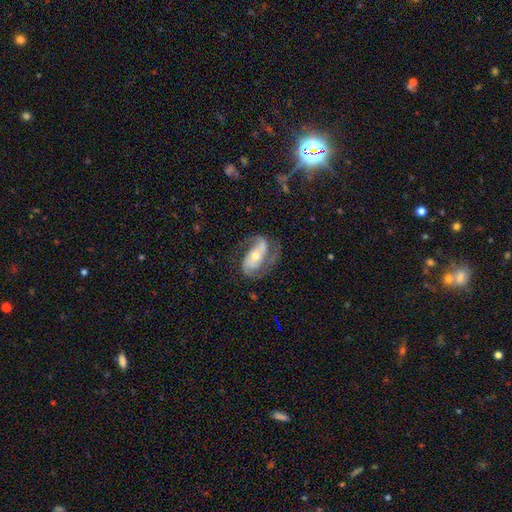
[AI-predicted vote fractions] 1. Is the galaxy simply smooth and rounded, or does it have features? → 82% featured or disk, 12% smooth, 5% star or artifact.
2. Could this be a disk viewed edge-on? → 95% no, 5% yes.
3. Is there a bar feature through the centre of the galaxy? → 39% no, 33% strong, 29% weak.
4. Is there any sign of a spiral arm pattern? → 94% yes, 6% no.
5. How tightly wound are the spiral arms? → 46% medium, 32% loose, 22% tight.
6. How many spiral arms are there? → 85% 2, 6% 1, 5% can't tell, 2% 3, 1% 4, 1% more than 4.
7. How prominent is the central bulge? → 53% moderate, 41% small, 4% large, 1% none, 1% dominant.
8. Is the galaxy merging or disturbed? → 64% none, 19% minor disturbance, 15% major disturbance, 2% merger.